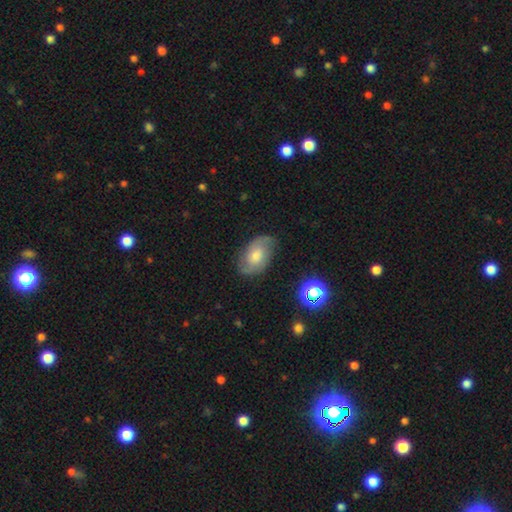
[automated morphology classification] Smooth or featured? featured or disk (61%)
Edge-on disk? no (95%)
Bar? no (66%)
Spiral arms? yes (89%)
Spiral winding? medium (45%)
Spiral arm count? 2 (80%)
Bulge size? moderate (54%)
Merging? none (78%)